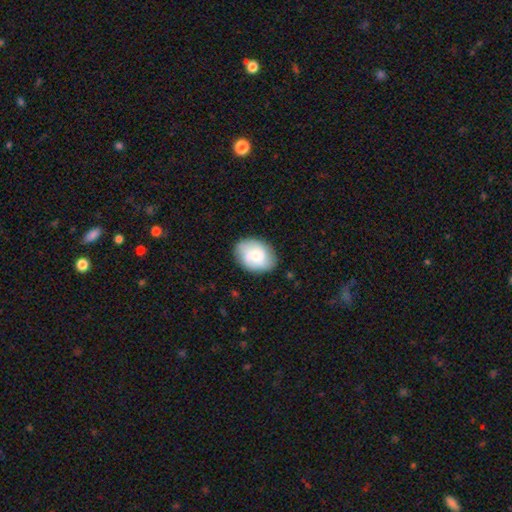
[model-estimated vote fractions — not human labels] Overall: smooth (64%; featured or disk 29%). How rounded: in between (72%). Merging: none (77%).